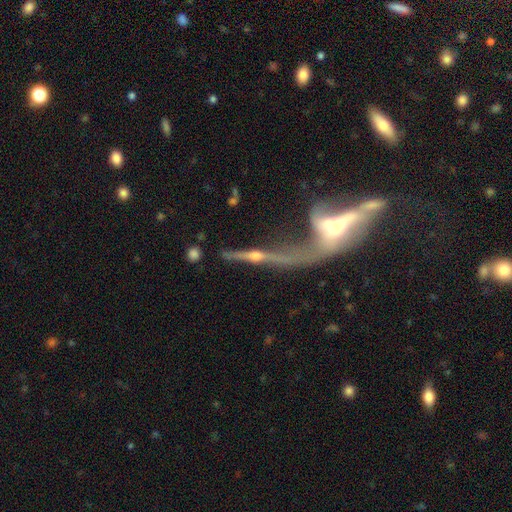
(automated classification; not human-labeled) Smooth or featured? featured or disk (75%)
Edge-on disk? yes (67%)
Merging? merger (56%)